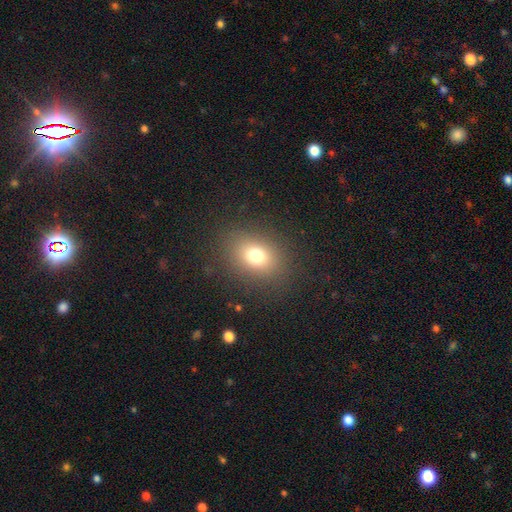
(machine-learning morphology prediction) A smooth galaxy with no disk features (74%) that is in between round and cigar-shaped (52%). Merging: none (85%).